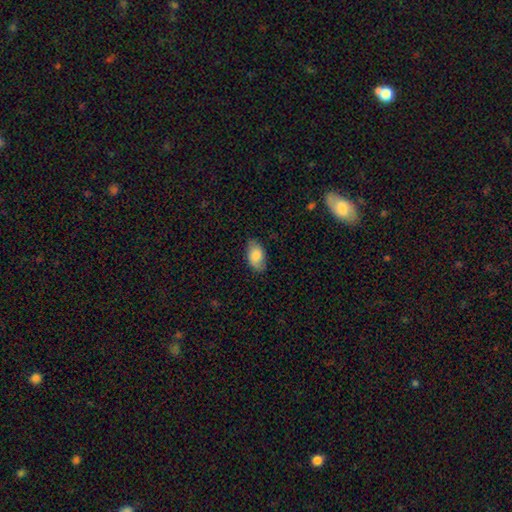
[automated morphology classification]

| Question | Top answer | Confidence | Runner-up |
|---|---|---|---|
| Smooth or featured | smooth | 80% | featured or disk (13%) |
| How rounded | in between | 93% | round (5%) |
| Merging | none | 78% | minor disturbance (17%) |